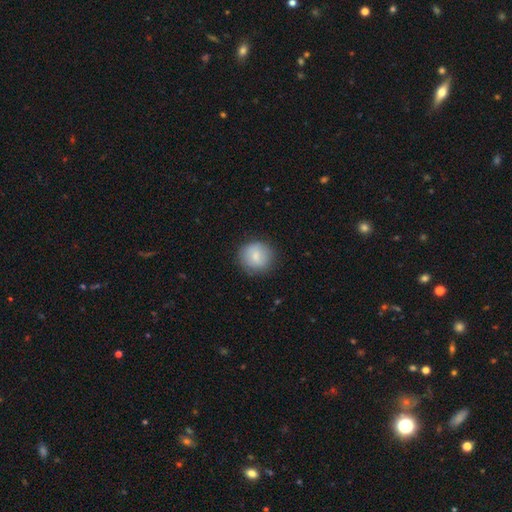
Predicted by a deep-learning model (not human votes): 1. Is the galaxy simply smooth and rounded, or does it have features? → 80% smooth, 13% featured or disk, 7% star or artifact.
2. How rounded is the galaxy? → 89% round, 10% in between, 1% cigar-shaped.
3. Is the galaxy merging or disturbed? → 84% none, 11% minor disturbance, 3% major disturbance, 1% merger.